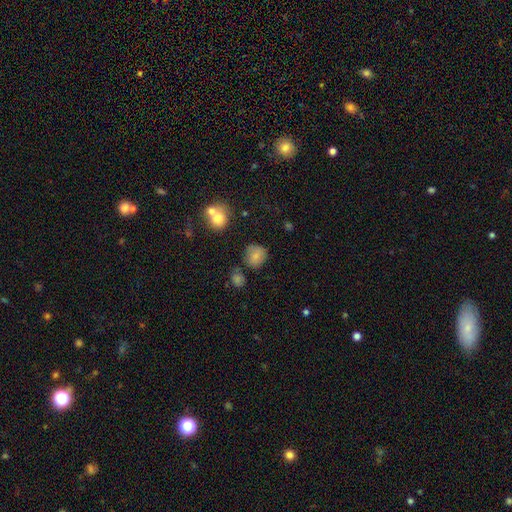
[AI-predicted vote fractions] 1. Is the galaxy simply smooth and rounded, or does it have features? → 76% smooth, 12% featured or disk, 11% star or artifact.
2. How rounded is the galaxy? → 74% round, 25% in between, 1% cigar-shaped.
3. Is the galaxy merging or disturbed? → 69% none, 19% minor disturbance, 6% merger, 6% major disturbance.